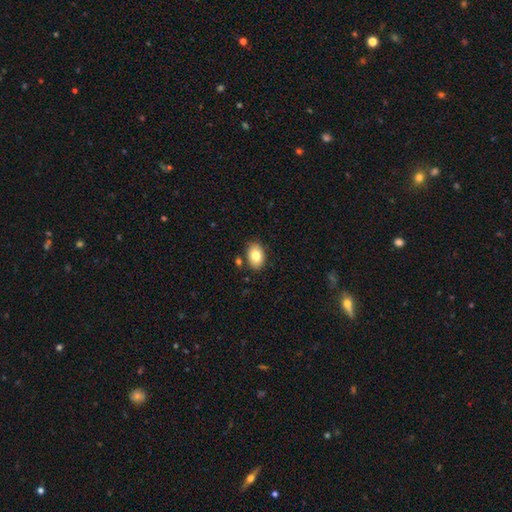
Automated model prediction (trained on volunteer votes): A smooth galaxy with no disk features (80%) that is in between round and cigar-shaped (82%). Merging: none (84%).